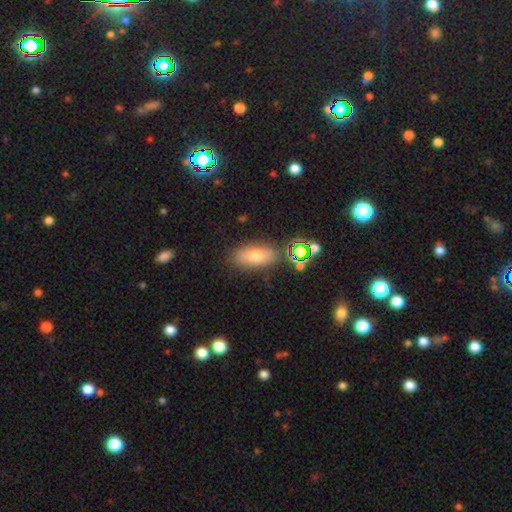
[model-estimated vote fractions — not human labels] Smooth or featured: smooth — 69% (featured or disk — 18%)
How rounded: in between — 84% (cigar-shaped — 10%)
Merging: none — 82% (minor disturbance — 11%)